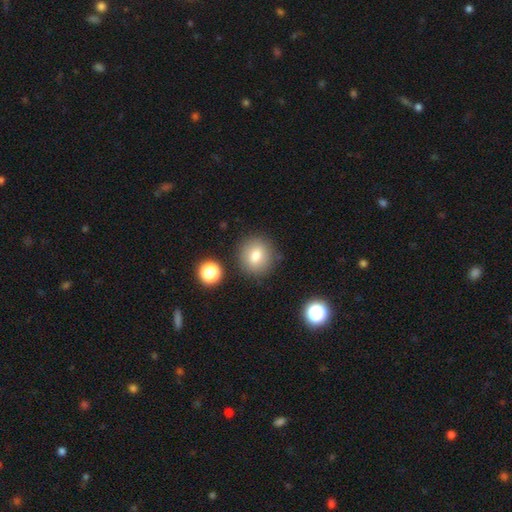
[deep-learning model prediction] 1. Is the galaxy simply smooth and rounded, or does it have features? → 78% smooth, 11% star or artifact, 11% featured or disk.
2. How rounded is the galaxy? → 86% round, 13% in between, 1% cigar-shaped.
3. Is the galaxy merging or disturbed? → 85% none, 9% minor disturbance, 4% merger, 3% major disturbance.